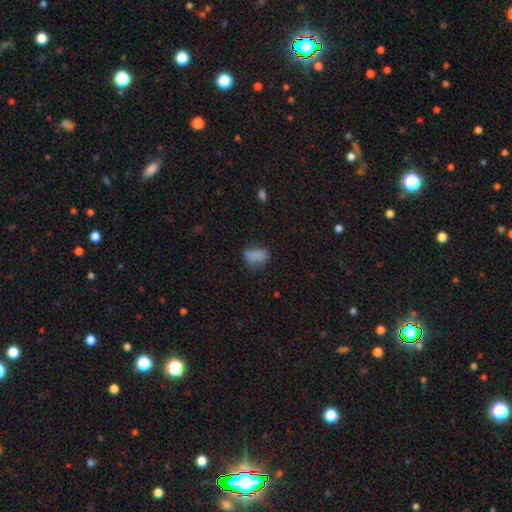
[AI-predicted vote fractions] This is likely a smooth galaxy (79%). How rounded: clearly in between (84%). Merging: possibly none (51%).